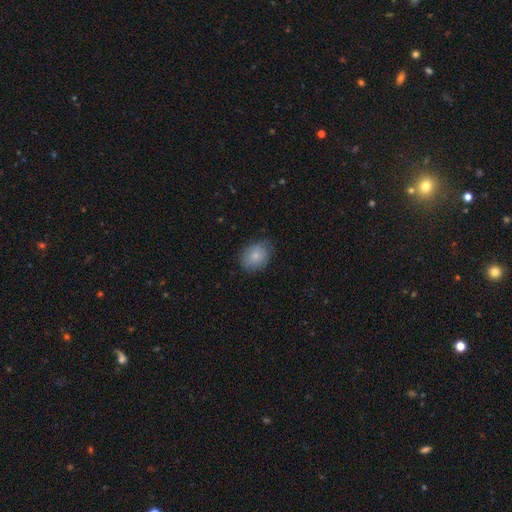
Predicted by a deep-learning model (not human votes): smooth-or-featured: smooth: 78% | featured or disk: 15% | star or artifact: 8%
  how-rounded: in between: 55% | round: 44% | cigar-shaped: 1%
  merging: none: 72% | minor disturbance: 22% | major disturbance: 5% | merger: 1%